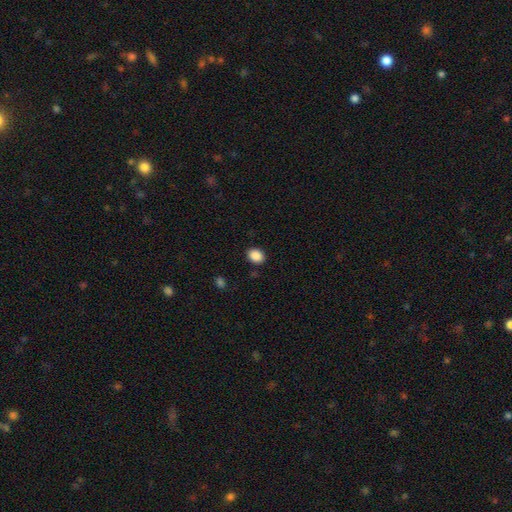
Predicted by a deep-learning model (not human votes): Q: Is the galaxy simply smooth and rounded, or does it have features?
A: smooth — 89%.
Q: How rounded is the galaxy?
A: in between — 56%.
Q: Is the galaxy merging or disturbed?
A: none — 89%.